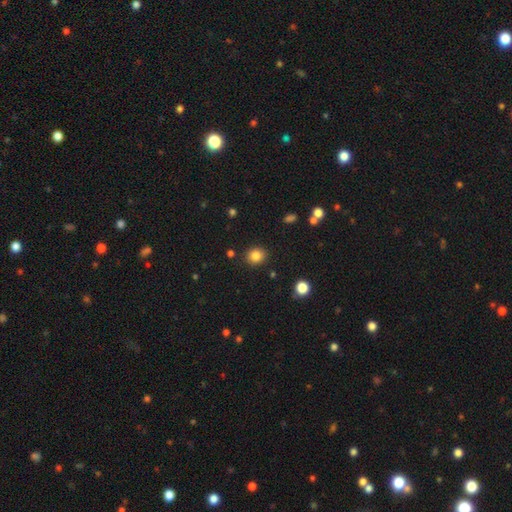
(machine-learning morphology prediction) A smooth galaxy with no disk features (83%) that is round (72%). Merging: none (88%).